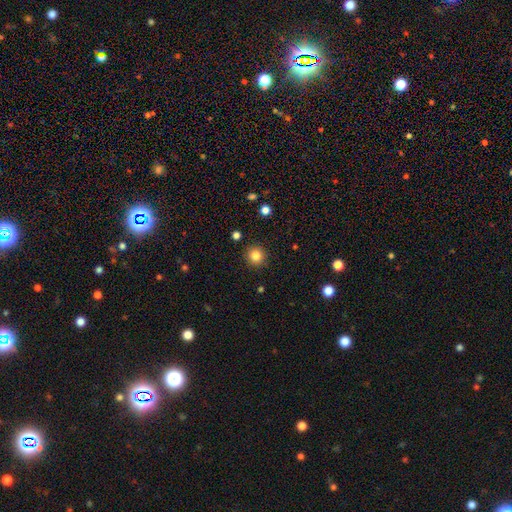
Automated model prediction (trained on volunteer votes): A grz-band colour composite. It shows a smooth galaxy with no disk features (83%) that is round (94%). Merging: none (91%).